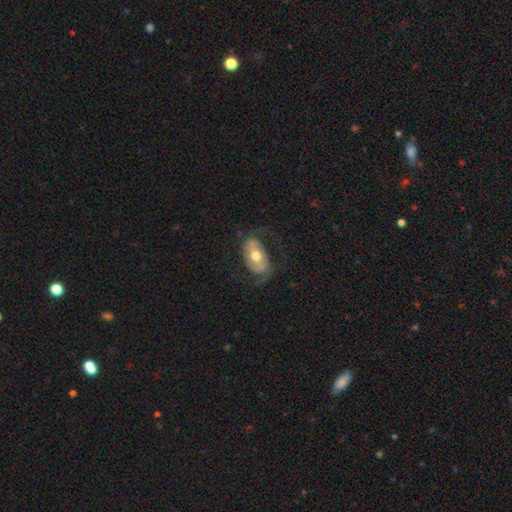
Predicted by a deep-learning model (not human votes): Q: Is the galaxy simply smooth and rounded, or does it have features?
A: featured or disk — 71%.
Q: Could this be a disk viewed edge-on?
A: no — 94%.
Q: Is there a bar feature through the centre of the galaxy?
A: no — 44%.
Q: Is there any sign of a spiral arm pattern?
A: yes — 86%.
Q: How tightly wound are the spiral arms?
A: loose — 46%.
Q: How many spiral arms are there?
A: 2 — 86%.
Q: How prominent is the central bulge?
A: moderate — 74%.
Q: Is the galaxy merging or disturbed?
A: none — 65%.